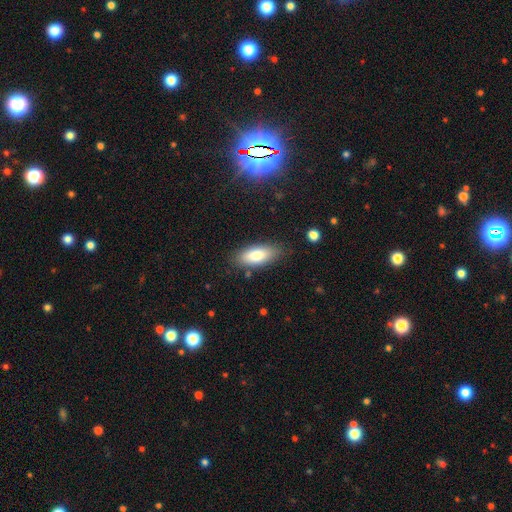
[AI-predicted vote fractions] This is likely a smooth galaxy (79%). How rounded: clearly in between (82%). Merging: clearly none (82%).